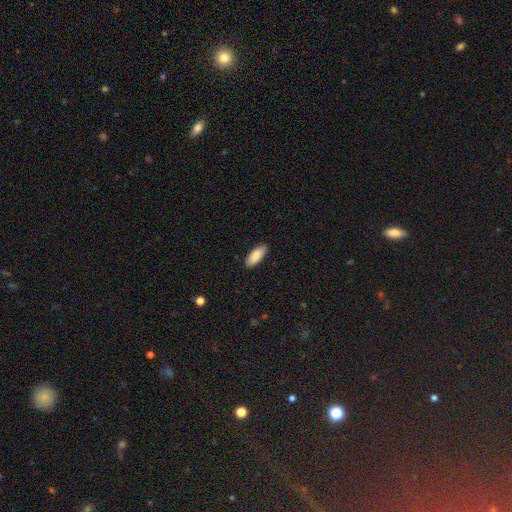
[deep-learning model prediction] Smooth or featured?
  - smooth: 88% *
  - featured or disk: 7%
  - star or artifact: 6%
How rounded?
  - in between: 78% *
  - cigar-shaped: 20%
  - round: 2%
Merging?
  - none: 88% *
  - minor disturbance: 9%
  - major disturbance: 2%
  - merger: 1%